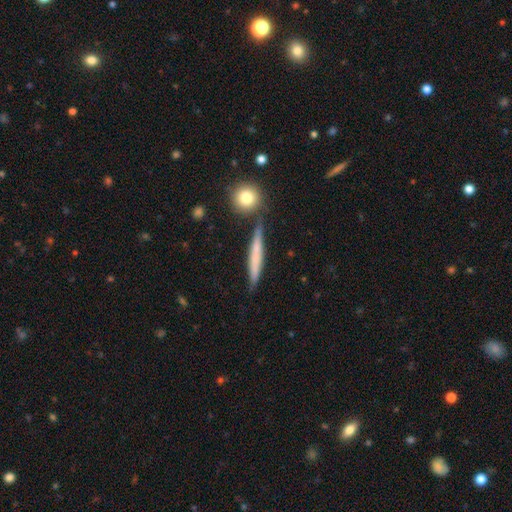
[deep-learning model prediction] Smooth or featured? Predicted: smooth (p=0.54). How rounded? Predicted: cigar-shaped (p=0.93). Merging? Predicted: none (p=0.82).